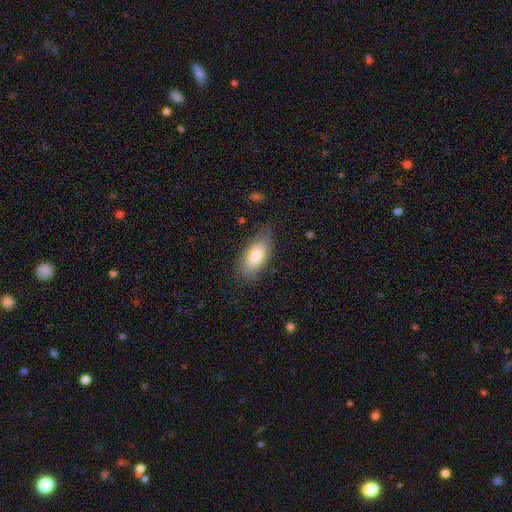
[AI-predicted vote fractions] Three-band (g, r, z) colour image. It shows a smooth galaxy with no disk features (79%) that is in between round and cigar-shaped (89%). Merging: none (76%).